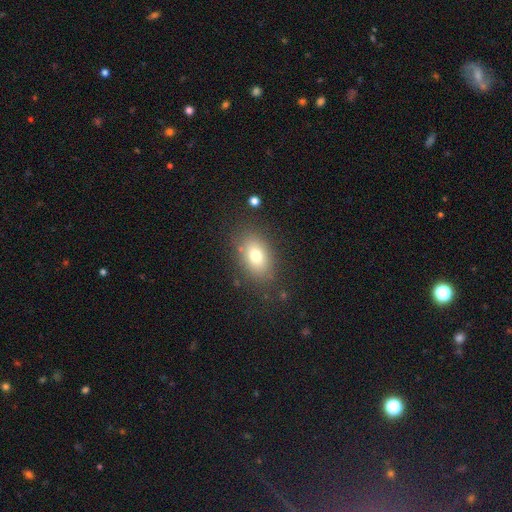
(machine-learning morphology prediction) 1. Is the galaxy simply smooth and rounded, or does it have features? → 75% smooth, 13% featured or disk, 11% star or artifact.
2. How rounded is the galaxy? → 78% in between, 21% round, 2% cigar-shaped.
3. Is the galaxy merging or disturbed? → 82% none, 11% minor disturbance, 5% major disturbance, 2% merger.